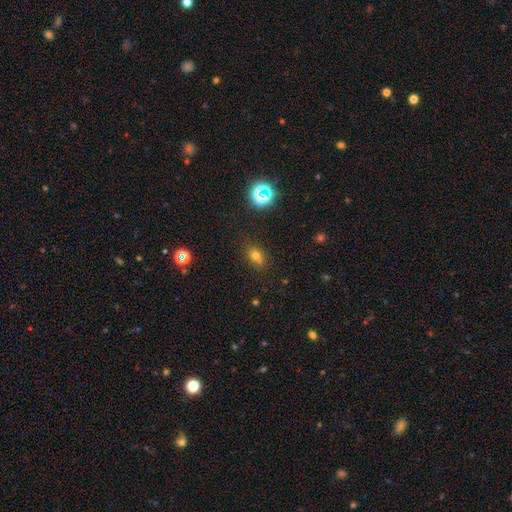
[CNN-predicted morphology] A smooth galaxy with no disk features (65%) that is in between round and cigar-shaped (50%). Merging: none (68%).